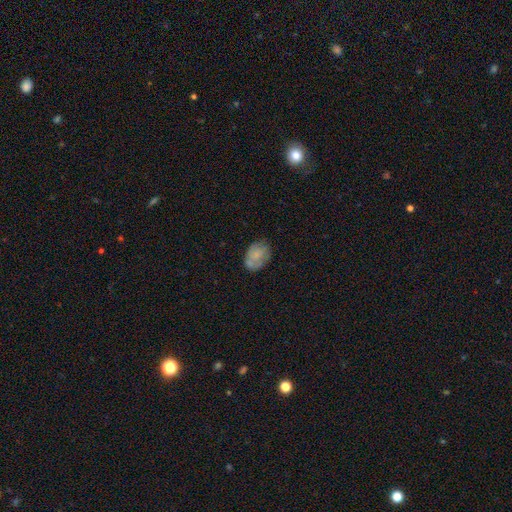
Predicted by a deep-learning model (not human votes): Overall: smooth (66%; featured or disk 26%). How rounded: in between (77%). Merging: none (60%; minor disturbance 26%).